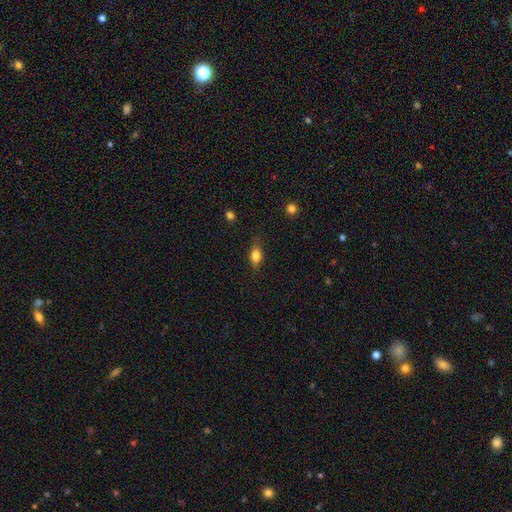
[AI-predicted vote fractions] smooth 69%, featured or disk 22%, star or artifact 9%. Down the decision tree: how rounded — in between (72%); merging — none (75%).